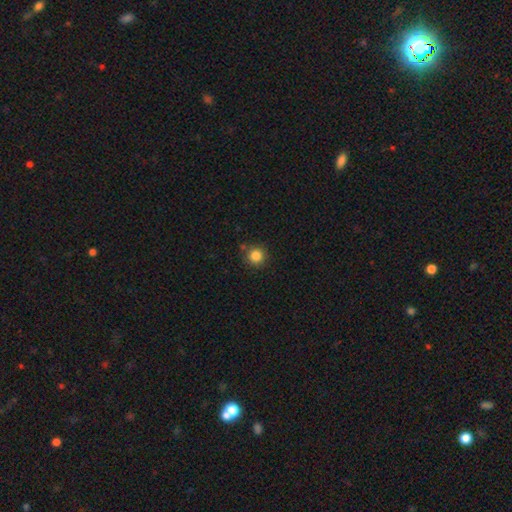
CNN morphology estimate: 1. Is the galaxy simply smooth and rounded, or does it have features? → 84% smooth, 11% star or artifact, 4% featured or disk.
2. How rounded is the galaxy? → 94% round, 5% in between, 1% cigar-shaped.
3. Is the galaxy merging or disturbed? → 84% none, 9% minor disturbance, 4% merger, 3% major disturbance.